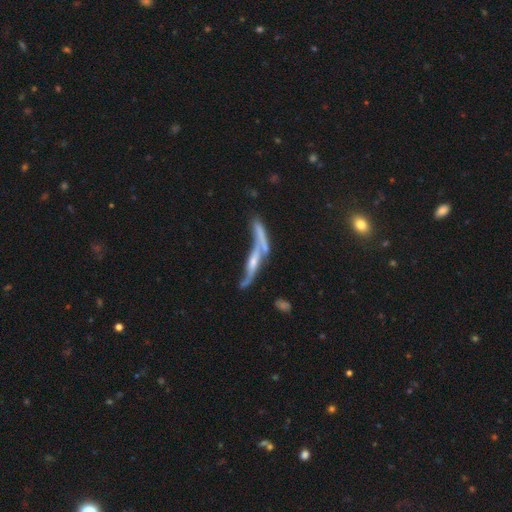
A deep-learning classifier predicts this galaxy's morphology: featured or disk 65%, smooth 23%, star or artifact 12%. Down the decision tree: edge-on disk — yes (74%); merging — merger (38%).